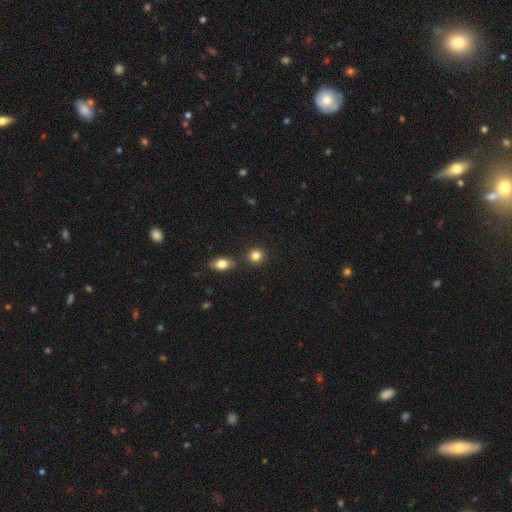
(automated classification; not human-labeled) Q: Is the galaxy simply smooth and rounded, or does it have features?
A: smooth — 83%.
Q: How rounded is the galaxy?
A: round — 86%.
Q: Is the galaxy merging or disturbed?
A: none — 84%.